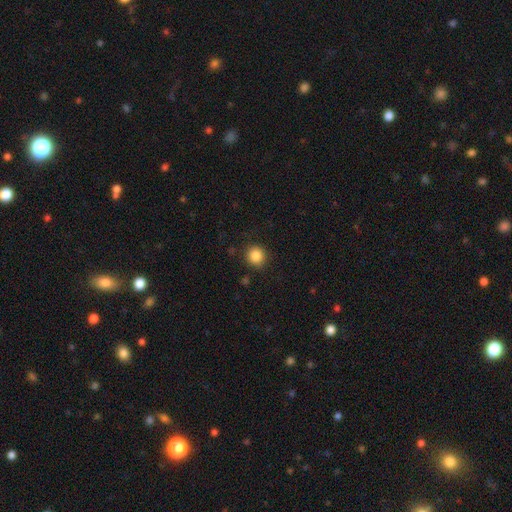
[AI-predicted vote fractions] Morphology: type=smooth (87%); roundness=round (92%); merging=none (88%).